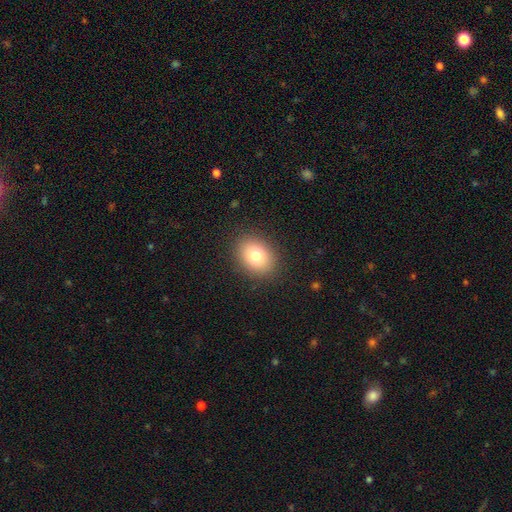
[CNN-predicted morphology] smooth 78%, star or artifact 11%, featured or disk 11%. Down the decision tree: how rounded — in between (56%); merging — none (88%).